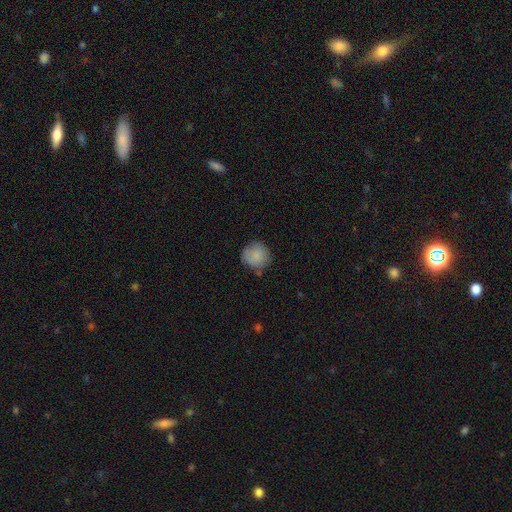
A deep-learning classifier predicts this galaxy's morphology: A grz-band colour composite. It shows a smooth galaxy with no disk features (81%) that is round (89%). Merging: none (69%).